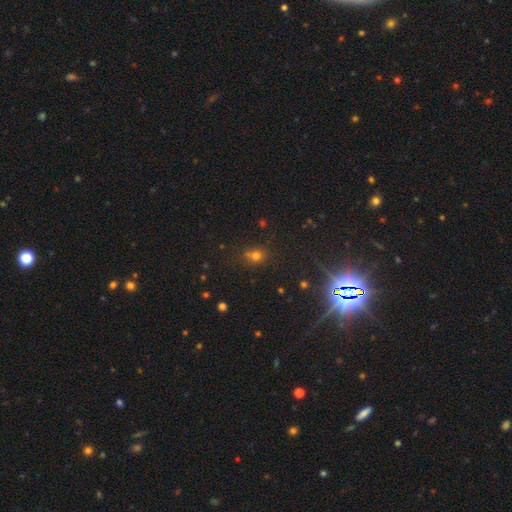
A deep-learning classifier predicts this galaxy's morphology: Smooth or featured: smooth — 64% (star or artifact — 26%)
How rounded: round — 74% (in between — 24%)
Merging: none — 61% (merger — 18%)